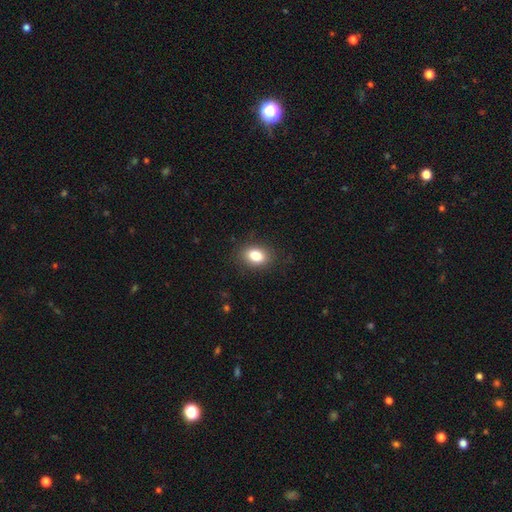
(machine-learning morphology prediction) Smooth or featured? smooth (84%)
How rounded? in between (78%)
Merging? none (86%)